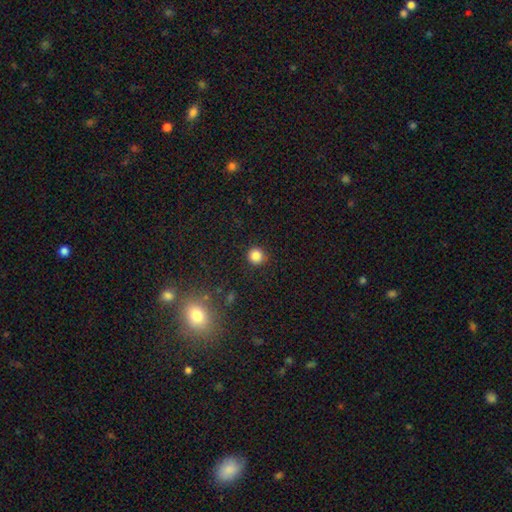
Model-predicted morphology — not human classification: smooth 84%, star or artifact 12%, featured or disk 4%. Down the decision tree: how rounded — round (93%); merging — none (91%).